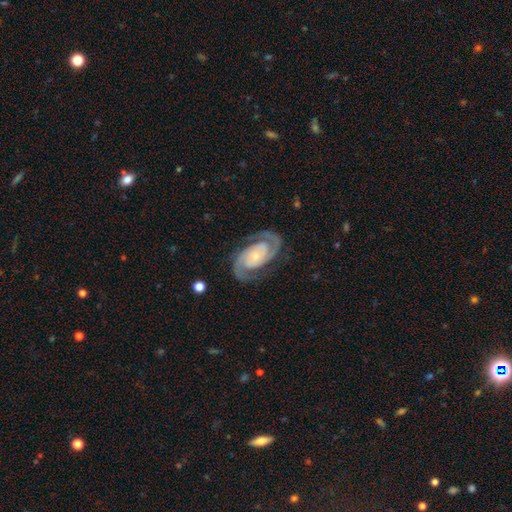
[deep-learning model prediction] Smooth or featured? Predicted: featured or disk (p=0.91). Edge-on disk? Predicted: no (p=0.97). Bar? Predicted: no (p=0.65). Spiral arms? Predicted: yes (p=0.98). Spiral winding? Predicted: tight (p=0.46). Spiral arm count? Predicted: 2 (p=0.93). Bulge size? Predicted: small (p=0.69). Merging? Predicted: none (p=0.81).